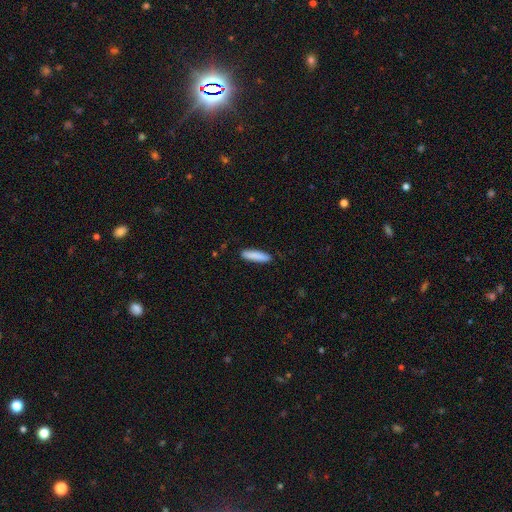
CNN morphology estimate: smooth 87%, featured or disk 7%, star or artifact 6%. Down the decision tree: how rounded — cigar-shaped (78%); merging — none (87%).